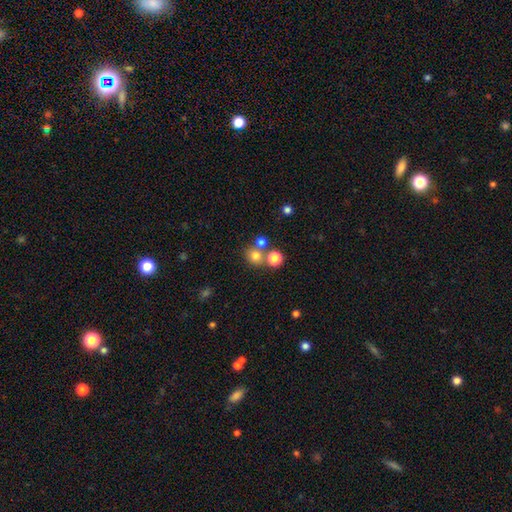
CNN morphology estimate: This is likely a smooth galaxy (73%). How rounded: clearly round (87%). Merging: likely none (62%).